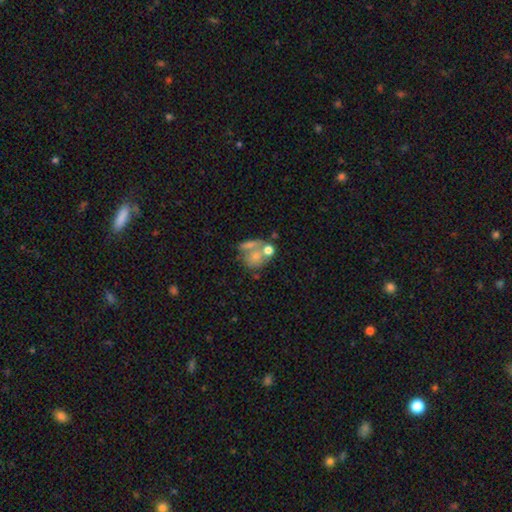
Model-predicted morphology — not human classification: A smooth galaxy with no disk features (48%). Merging: merger (42%).